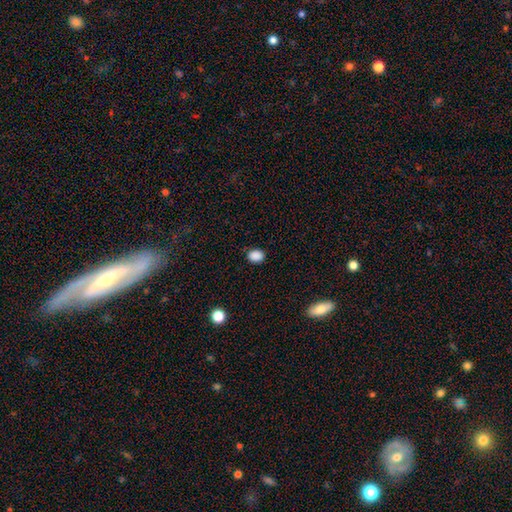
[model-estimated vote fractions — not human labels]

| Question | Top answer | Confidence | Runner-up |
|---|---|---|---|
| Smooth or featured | smooth | 88% | star or artifact (10%) |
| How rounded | in between | 54% | round (45%) |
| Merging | none | 87% | minor disturbance (9%) |